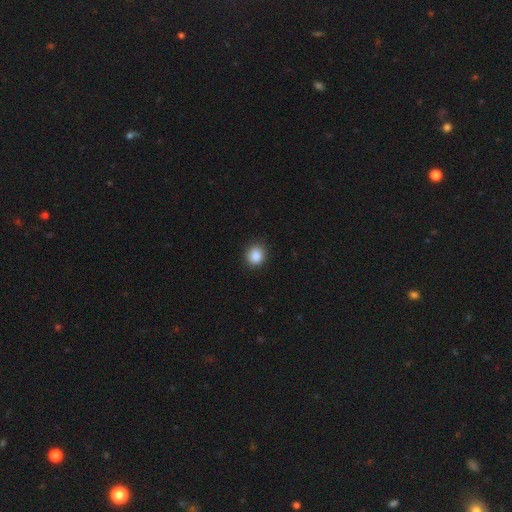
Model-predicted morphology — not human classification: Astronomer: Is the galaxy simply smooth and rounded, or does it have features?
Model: smooth — 88%.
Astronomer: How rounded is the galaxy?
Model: round — 75%.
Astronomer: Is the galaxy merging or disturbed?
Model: none — 87%.